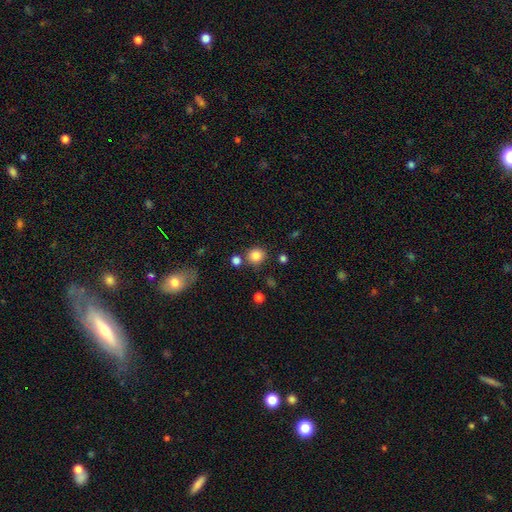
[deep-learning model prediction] A smooth galaxy with no disk features (84%) that is round (86%).

Vote fractions:
- Smooth or featured? smooth: 84% / star or artifact: 11% / featured or disk: 5%
- How rounded? round: 86% / in between: 13% / cigar-shaped: 1%
- Merging? none: 79% / minor disturbance: 10% / merger: 8% / major disturbance: 3%